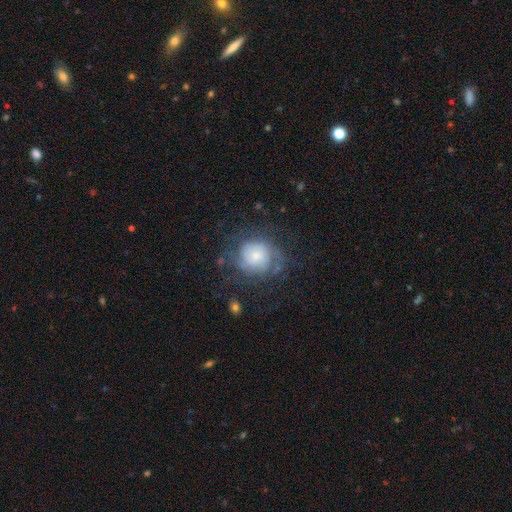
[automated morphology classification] Smooth or featured? featured or disk (50%)
Merging? none (55%)